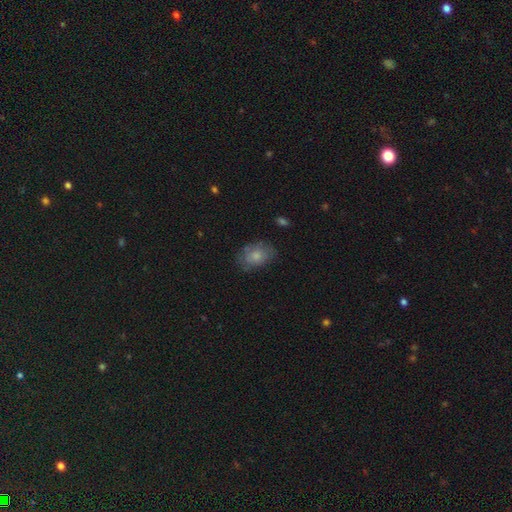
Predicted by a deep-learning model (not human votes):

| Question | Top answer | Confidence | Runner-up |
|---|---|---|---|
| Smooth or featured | smooth | 72% | featured or disk (19%) |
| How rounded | in between | 79% | round (19%) |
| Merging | none | 67% | minor disturbance (23%) |